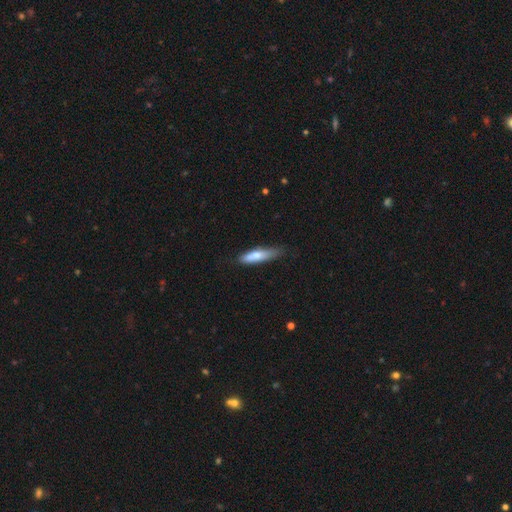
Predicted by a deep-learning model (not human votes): Morphology: type=smooth (75%); roundness=cigar-shaped (73%); merging=none (63%).